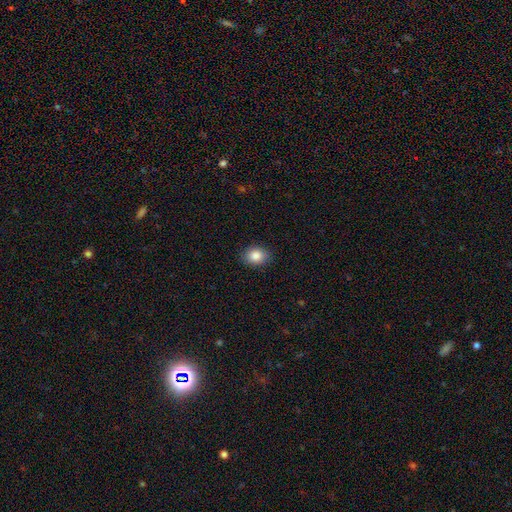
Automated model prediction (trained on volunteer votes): Smooth or featured? smooth (86%)
How rounded? in between (61%)
Merging? none (88%)